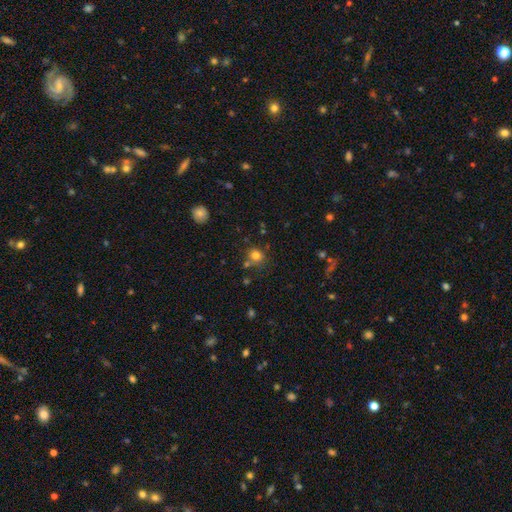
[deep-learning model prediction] A smooth galaxy with no disk features (77%) that is round (84%).

Vote fractions:
- Smooth or featured? smooth: 77% / star or artifact: 15% / featured or disk: 8%
- How rounded? round: 84% / in between: 15% / cigar-shaped: 1%
- Merging? none: 72% / merger: 13% / minor disturbance: 12% / major disturbance: 4%